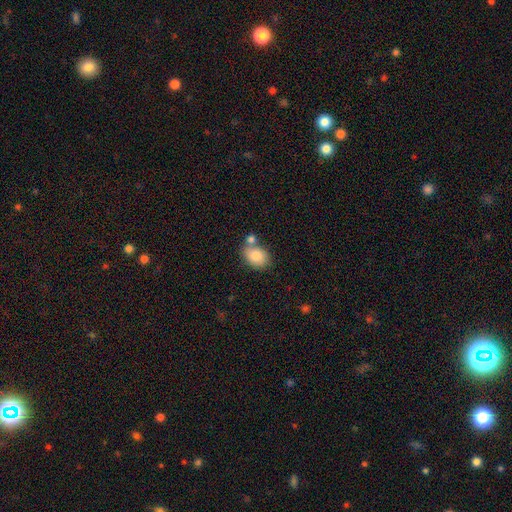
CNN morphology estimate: Smooth or featured: smooth — 83% (featured or disk — 9%)
How rounded: in between — 66% (round — 32%)
Merging: none — 56% (merger — 25%)